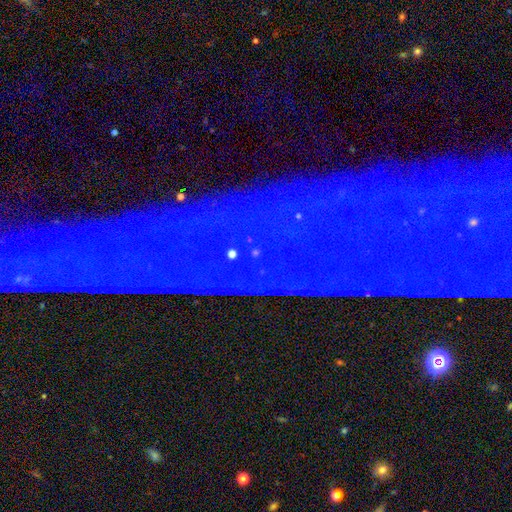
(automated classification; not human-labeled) Smooth or featured? star or artifact (74%)